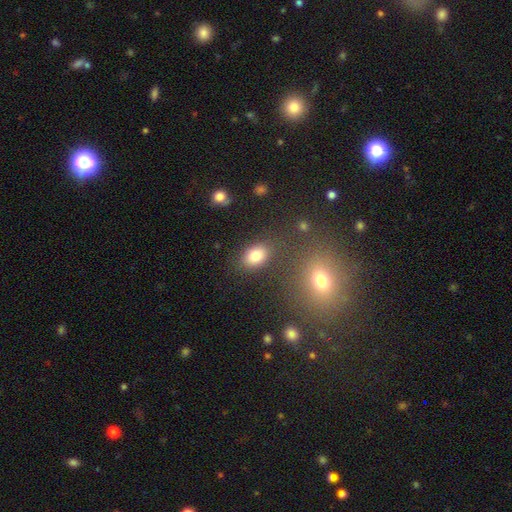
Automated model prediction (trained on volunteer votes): smooth 82%, star or artifact 10%, featured or disk 8%. Down the decision tree: how rounded — in between (76%); merging — none (81%).